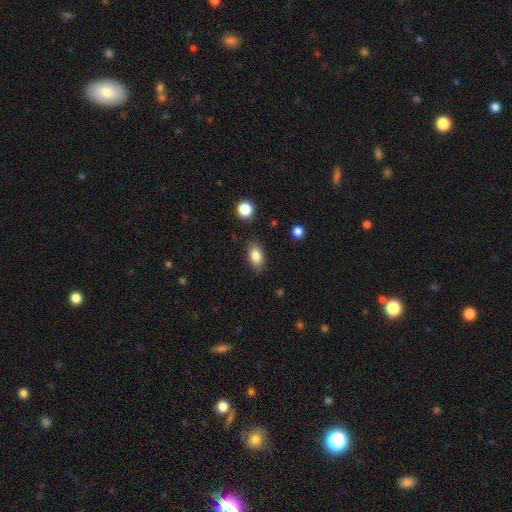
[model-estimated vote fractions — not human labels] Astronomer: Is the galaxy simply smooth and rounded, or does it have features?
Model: smooth — 85%.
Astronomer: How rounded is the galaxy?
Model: in between — 87%.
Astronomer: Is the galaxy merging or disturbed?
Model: none — 84%.